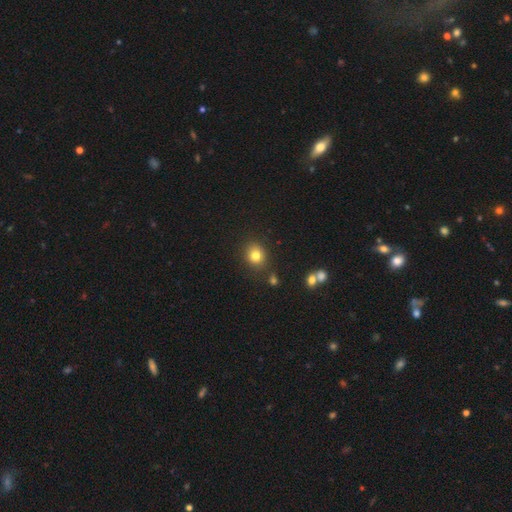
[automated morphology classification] This is clearly a smooth galaxy (80%). How rounded: likely round (78%). Merging: clearly none (82%).